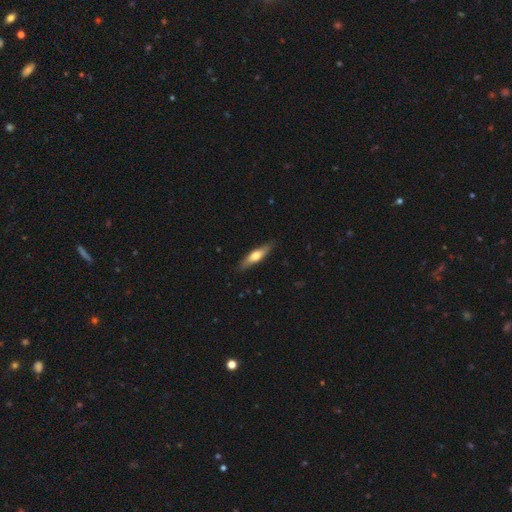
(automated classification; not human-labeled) Overall: smooth (57%; featured or disk 38%). How rounded: cigar-shaped (68%; in between 30%). Merging: none (86%).